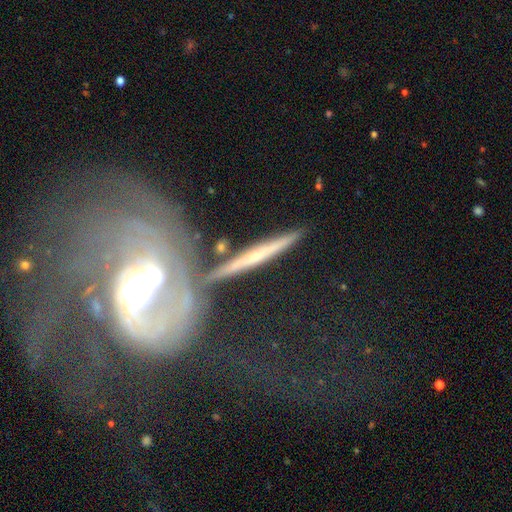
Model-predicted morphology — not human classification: Smooth or featured? Predicted: featured or disk (p=0.59). Edge-on disk? Predicted: yes (p=0.87). Edge-on bulge? Predicted: none (p=0.59). Merging? Predicted: none (p=0.74).